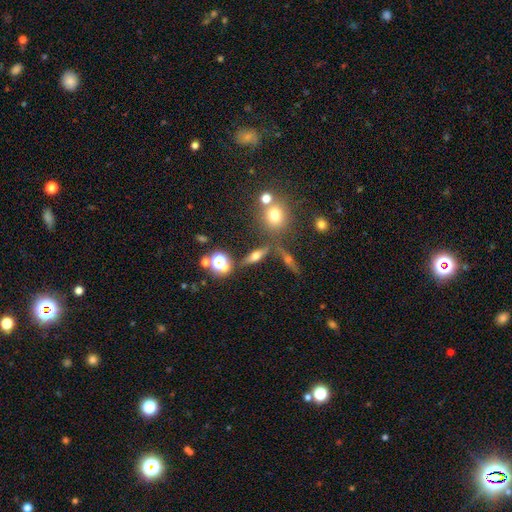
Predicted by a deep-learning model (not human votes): Smooth or featured? featured or disk (42%)
Merging? none (74%)